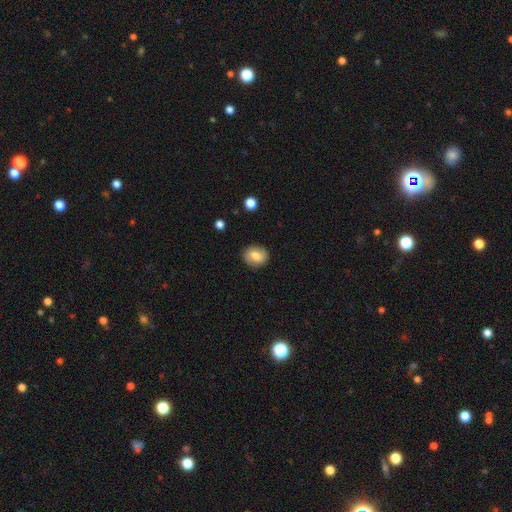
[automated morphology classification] smooth 70%, featured or disk 22%, star or artifact 8%. Down the decision tree: how rounded — round (64%); merging — none (85%).